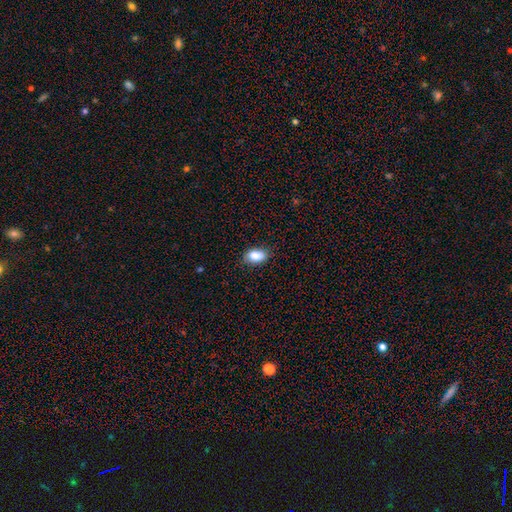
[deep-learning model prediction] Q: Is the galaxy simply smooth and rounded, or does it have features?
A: smooth — 87%.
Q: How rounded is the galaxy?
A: in between — 90%.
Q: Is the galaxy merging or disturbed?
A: none — 82%.